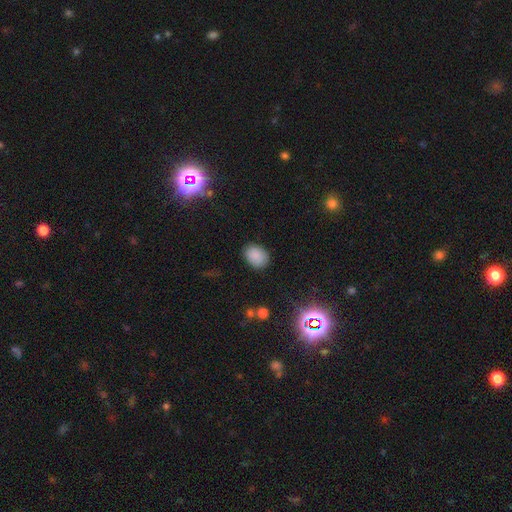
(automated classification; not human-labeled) This appears to be a smooth galaxy with no disk features (85%) that is in between round and cigar-shaped (69%). Merging: none (84%).